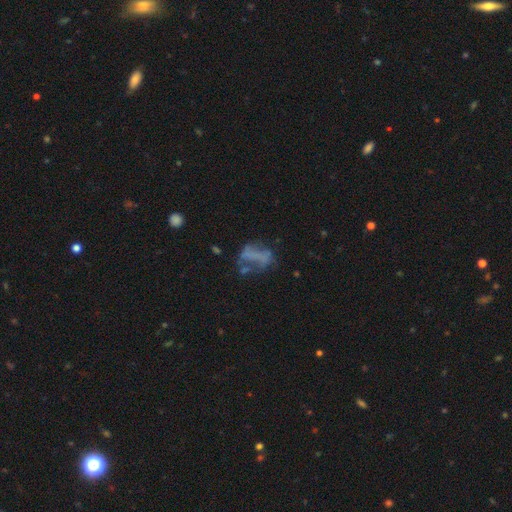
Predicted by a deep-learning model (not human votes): smooth-or-featured: featured or disk: 45% | smooth: 37% | star or artifact: 18%
  merging: none: 39% | major disturbance: 29% | minor disturbance: 20% | merger: 12%